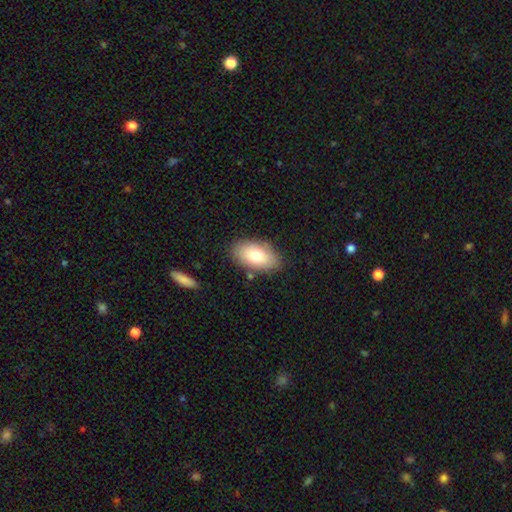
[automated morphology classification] This appears to be a smooth galaxy with no disk features (75%) that is in between round and cigar-shaped (93%). Merging: none (83%).